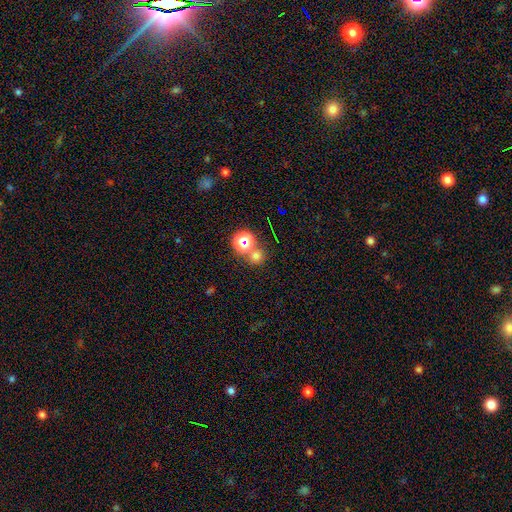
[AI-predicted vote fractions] This is likely a smooth galaxy (64%). How rounded: clearly round (88%). Merging: likely none (66%).